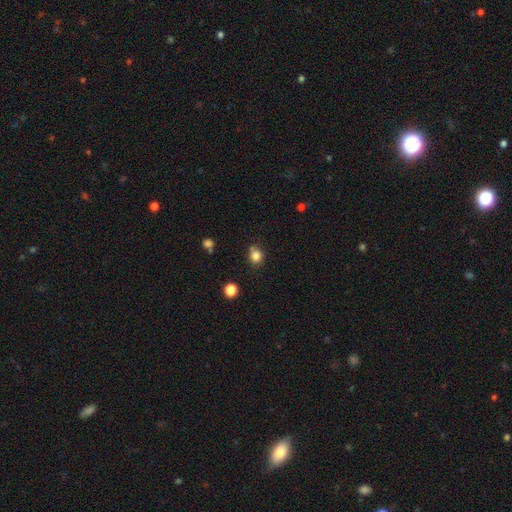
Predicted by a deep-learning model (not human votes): smooth-or-featured: smooth: 82% | star or artifact: 13% | featured or disk: 6%
  how-rounded: round: 73% | in between: 26% | cigar-shaped: 1%
  merging: none: 75% | minor disturbance: 15% | merger: 7% | major disturbance: 3%